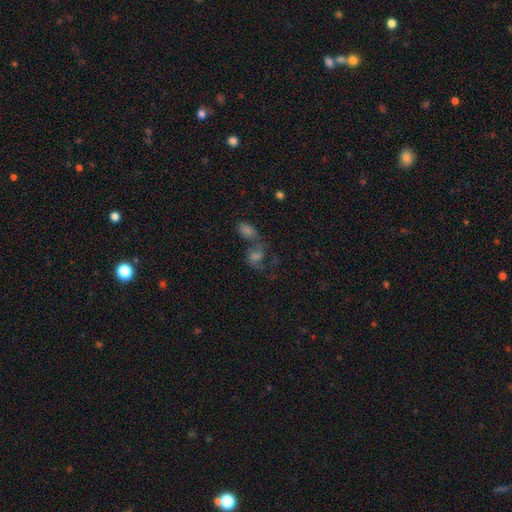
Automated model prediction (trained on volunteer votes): This is marginally a featured or disk galaxy (36%). Merging: possibly merger (48%).